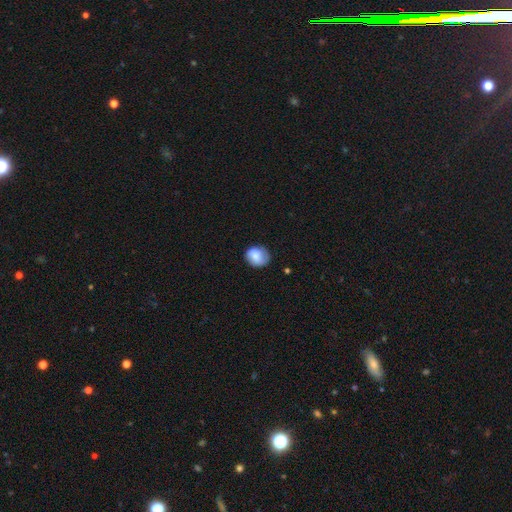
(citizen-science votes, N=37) This is likely a smooth galaxy (68%). How rounded: likely round (76%). Merging: likely none (70%).